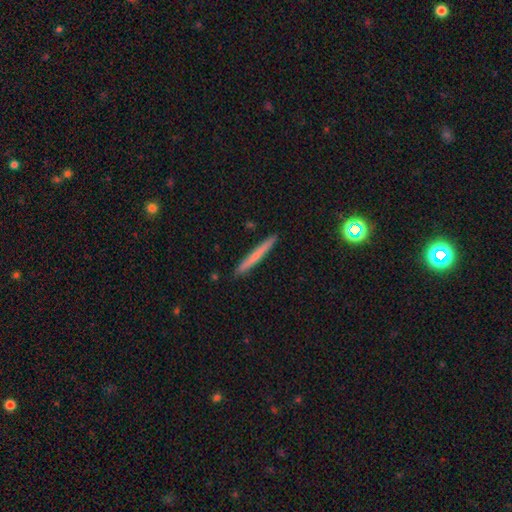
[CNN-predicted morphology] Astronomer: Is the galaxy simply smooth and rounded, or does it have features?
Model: smooth — 64%.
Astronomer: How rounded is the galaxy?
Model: cigar-shaped — 97%.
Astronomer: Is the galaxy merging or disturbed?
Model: none — 92%.